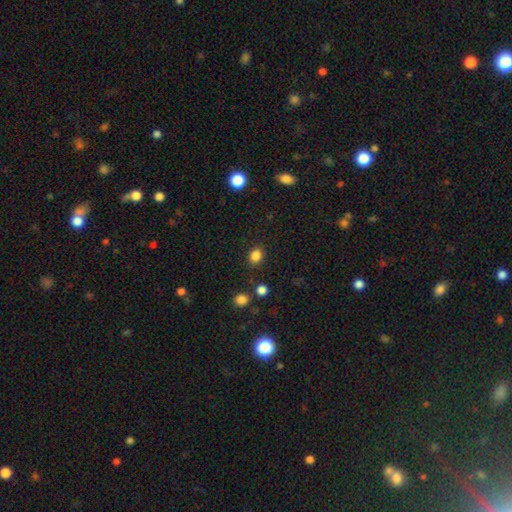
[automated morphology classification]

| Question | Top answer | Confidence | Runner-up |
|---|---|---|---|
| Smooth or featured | smooth | 84% | star or artifact (12%) |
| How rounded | round | 58% | in between (41%) |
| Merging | none | 84% | minor disturbance (9%) |